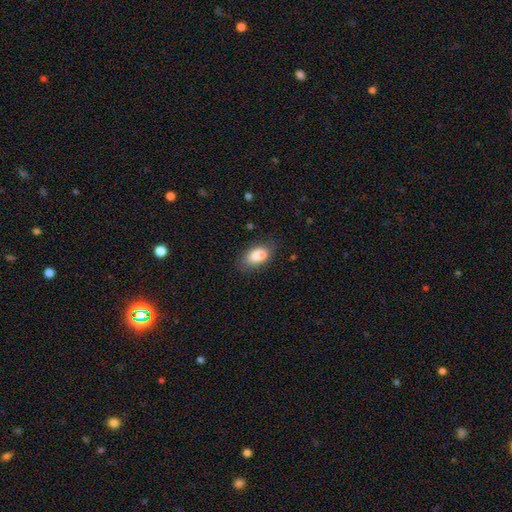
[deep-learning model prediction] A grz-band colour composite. It shows a smooth galaxy with no disk features (85%) that is in between round and cigar-shaped (90%). Merging: none (69%).